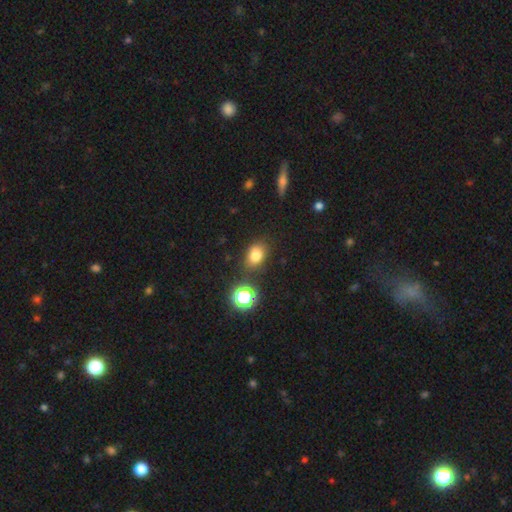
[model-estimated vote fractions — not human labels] Smooth or featured?
  - smooth: 78% *
  - star or artifact: 15%
  - featured or disk: 7%
How rounded?
  - in between: 63% *
  - round: 36%
  - cigar-shaped: 1%
Merging?
  - none: 77% *
  - minor disturbance: 14%
  - merger: 5%
  - major disturbance: 4%